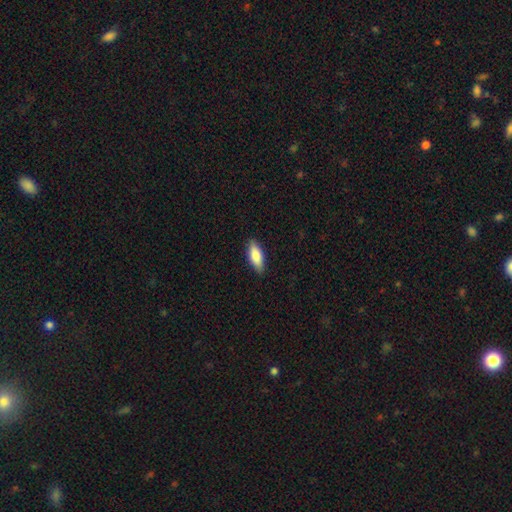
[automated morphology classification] A smooth galaxy with no disk features (79%) that is in between round and cigar-shaped (69%). Merging: none (87%).